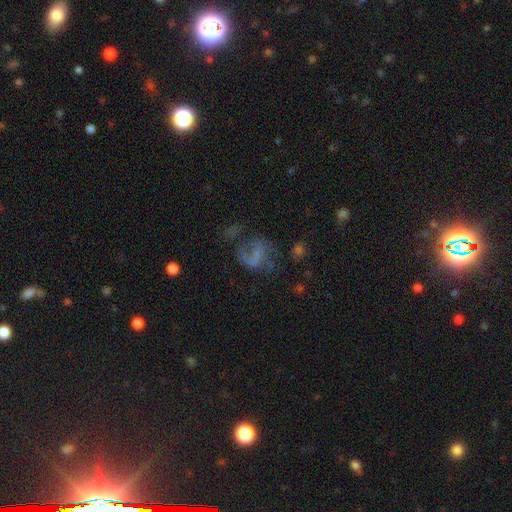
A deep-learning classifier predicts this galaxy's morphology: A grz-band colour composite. It shows a featured or disk galaxy (50%). Merging: major disturbance (41%).